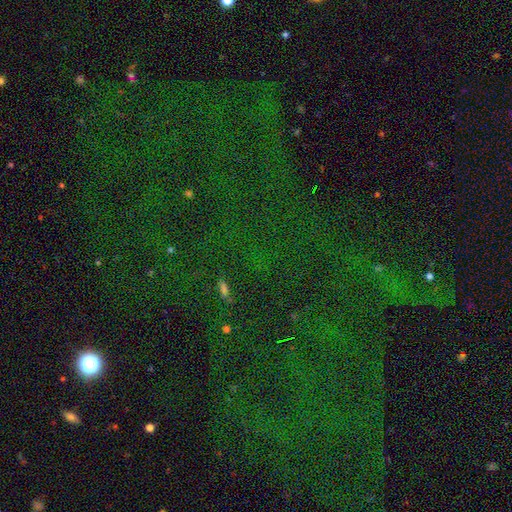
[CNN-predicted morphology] smooth_or_featured: star or artifact (p=0.80) [alt: smooth p=0.11]